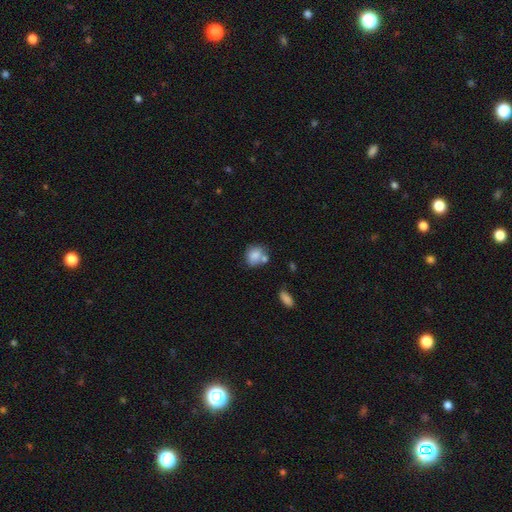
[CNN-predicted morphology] A smooth galaxy with no disk features (80%) that is round (63%).

Vote fractions:
- Smooth or featured? smooth: 80% / featured or disk: 11% / star or artifact: 9%
- How rounded? round: 63% / in between: 35% / cigar-shaped: 1%
- Merging? none: 50% / merger: 27% / minor disturbance: 18% / major disturbance: 6%